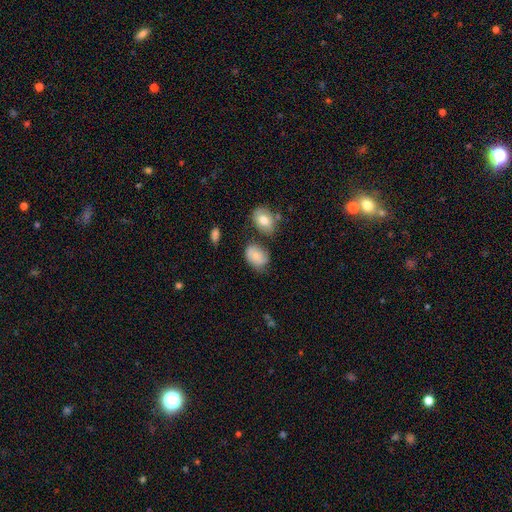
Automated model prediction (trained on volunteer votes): Q: Smooth or featured?
A: smooth (68%); runner-up: featured or disk (23%)
Q: How rounded?
A: in between (69%); runner-up: round (30%)
Q: Merging?
A: none (54%); runner-up: minor disturbance (29%)